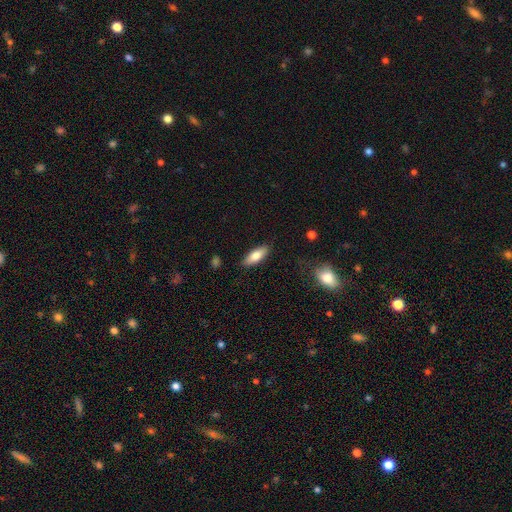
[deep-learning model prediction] Overall: smooth (76%). How rounded: in between (69%; cigar-shaped 29%). Merging: none (86%).